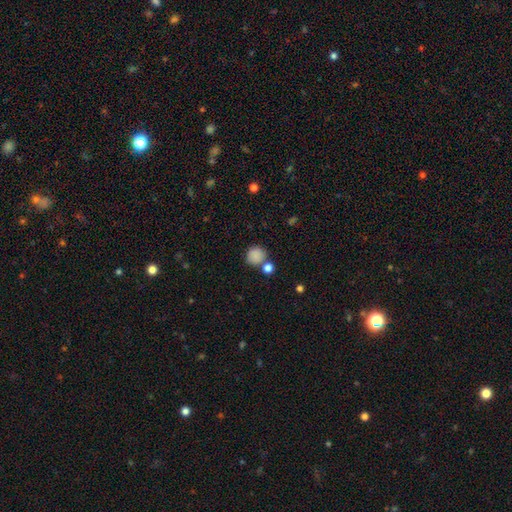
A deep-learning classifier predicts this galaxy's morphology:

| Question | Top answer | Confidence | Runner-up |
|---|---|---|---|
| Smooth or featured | smooth | 85% | star or artifact (10%) |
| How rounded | round | 88% | in between (11%) |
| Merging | none | 66% | merger (18%) |